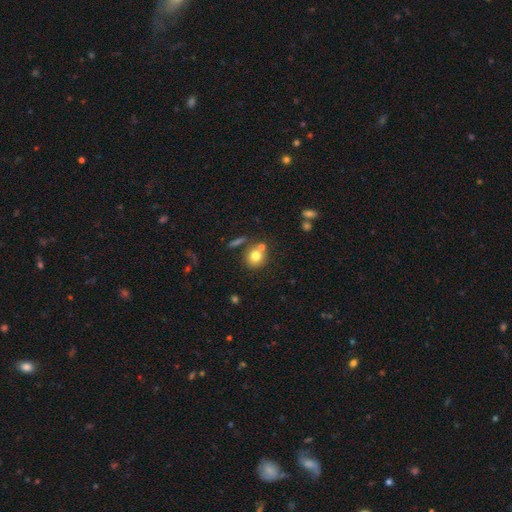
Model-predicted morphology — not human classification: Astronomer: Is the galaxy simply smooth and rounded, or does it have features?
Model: smooth — 76%.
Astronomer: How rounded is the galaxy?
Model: round — 84%.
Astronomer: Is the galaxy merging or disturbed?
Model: none — 64%.